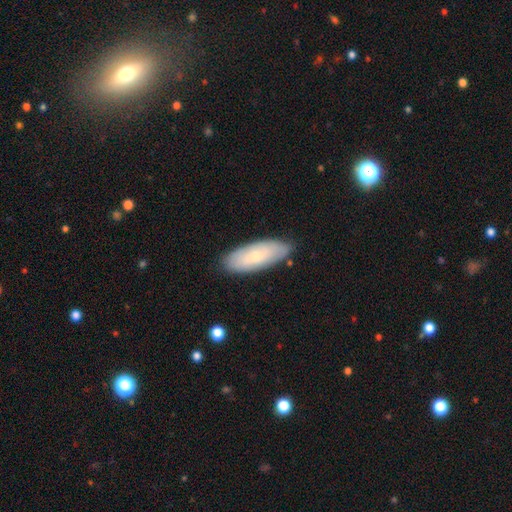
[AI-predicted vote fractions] Q: Smooth or featured?
A: smooth (64%); runner-up: featured or disk (30%)
Q: How rounded?
A: in between (75%); runner-up: cigar-shaped (23%)
Q: Merging?
A: none (83%); runner-up: minor disturbance (13%)